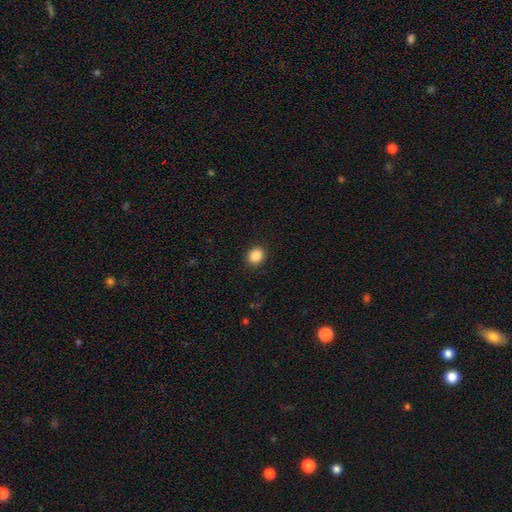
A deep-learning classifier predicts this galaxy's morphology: The model was most divided on "how rounded": round: 73%, in between: 26%, cigar-shaped: 1%. More confident: merging — none (90%); smooth or featured — smooth (88%).